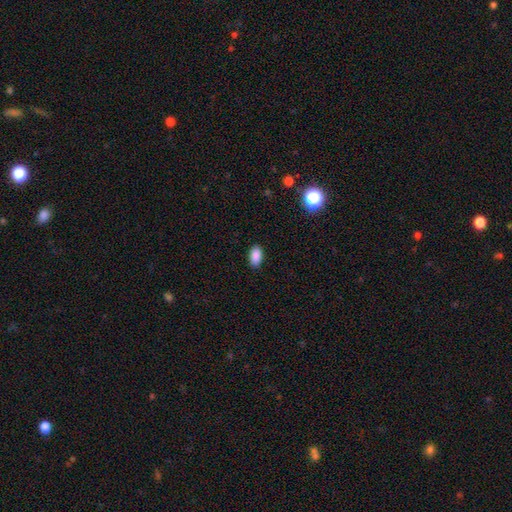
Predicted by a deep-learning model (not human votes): Smooth or featured? smooth (88%)
How rounded? in between (93%)
Merging? none (88%)